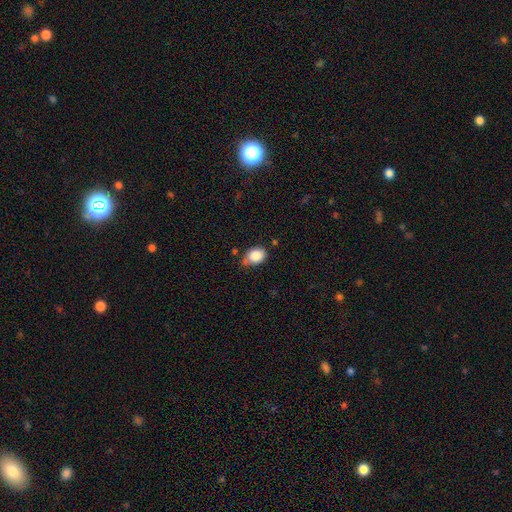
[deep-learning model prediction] Smooth or featured: smooth — 86% (star or artifact — 8%)
How rounded: in between — 67% (round — 32%)
Merging: none — 54% (minor disturbance — 33%)